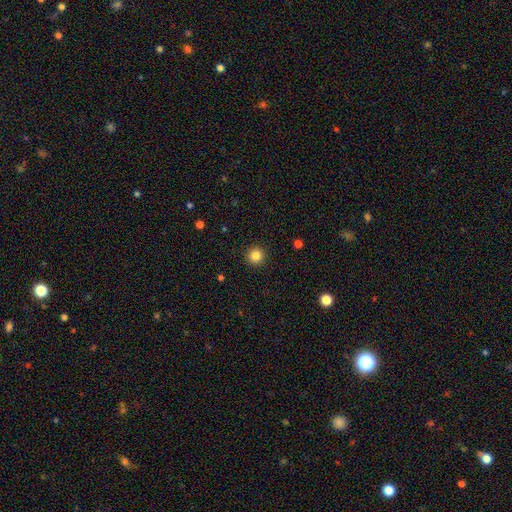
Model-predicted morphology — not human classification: Smooth or featured: smooth — 84% (star or artifact — 11%)
How rounded: round — 96% (in between — 3%)
Merging: none — 93% (minor disturbance — 4%)